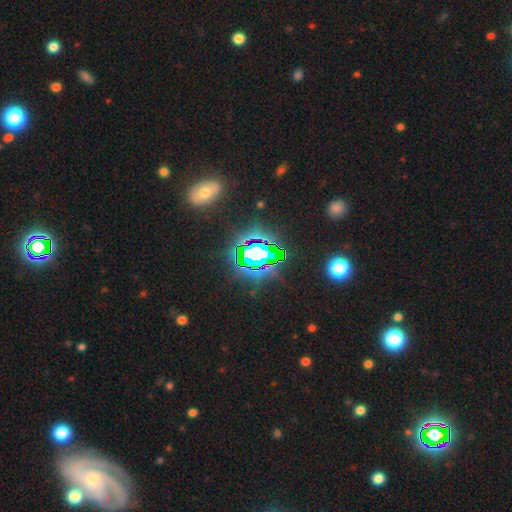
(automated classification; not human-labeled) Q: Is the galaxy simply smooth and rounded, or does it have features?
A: star or artifact — 74%.